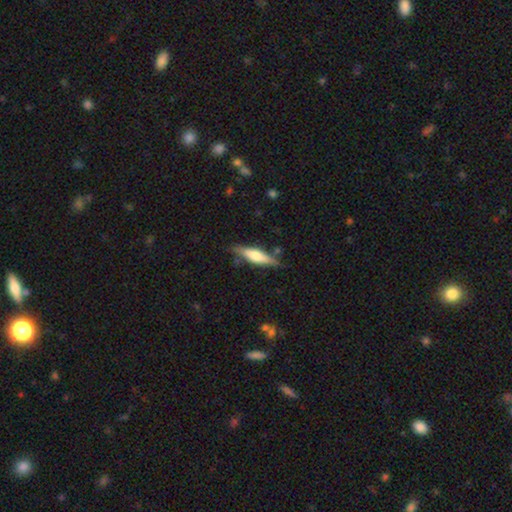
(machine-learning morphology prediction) Q: Smooth or featured?
A: featured or disk (49%); runner-up: smooth (45%)
Q: Merging?
A: none (76%); runner-up: minor disturbance (17%)